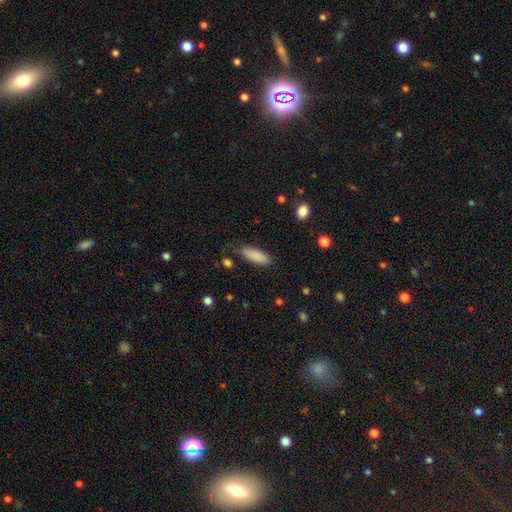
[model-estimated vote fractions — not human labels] smooth 88%, star or artifact 7%, featured or disk 5%. Down the decision tree: how rounded — in between (66%); merging — none (77%).